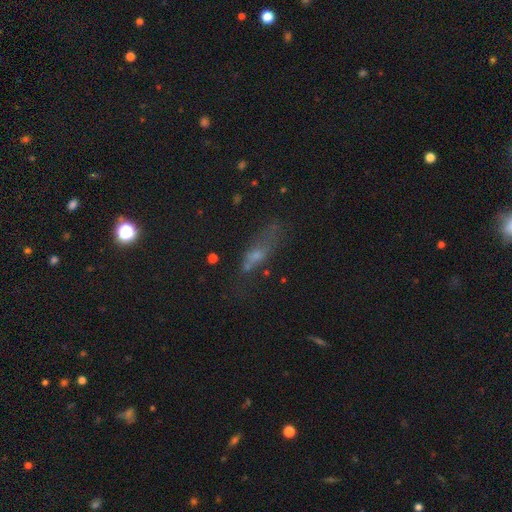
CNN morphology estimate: Overall: smooth (47%; featured or disk 27%). Merging: none (47%; minor disturbance 24%).